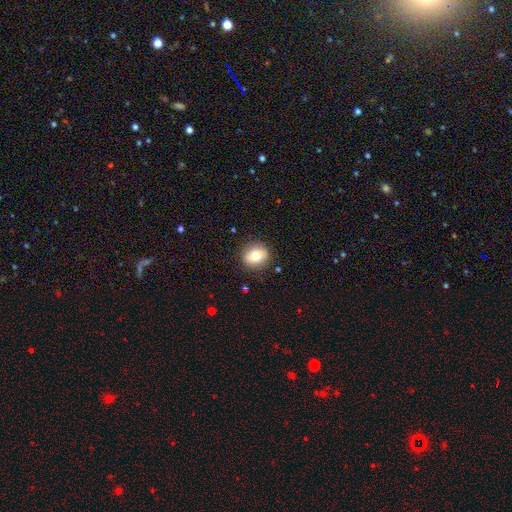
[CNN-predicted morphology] The model was most divided on "how rounded": round: 79%, in between: 20%, cigar-shaped: 1%. More confident: merging — none (88%); smooth or featured — smooth (76%).